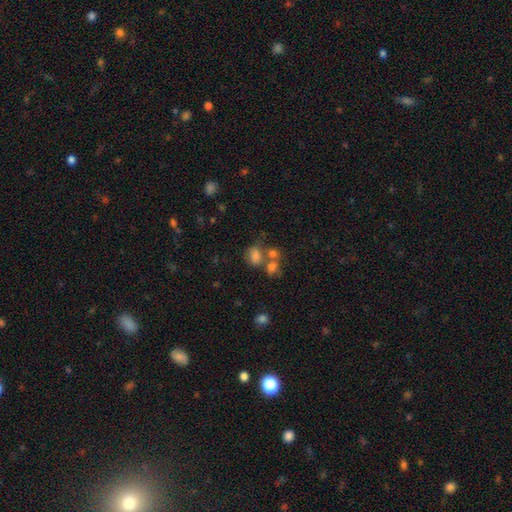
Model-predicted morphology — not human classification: Q: Smooth or featured?
A: smooth (71%); runner-up: star or artifact (17%)
Q: How rounded?
A: in between (63%); runner-up: round (36%)
Q: Merging?
A: merger (40%); runner-up: none (39%)